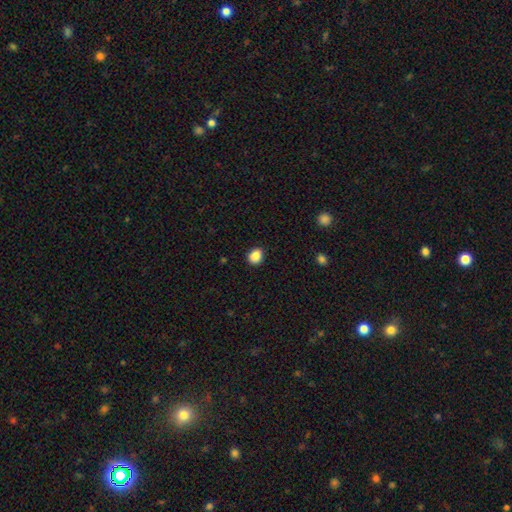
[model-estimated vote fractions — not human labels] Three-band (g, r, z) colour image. It shows a smooth galaxy with no disk features (88%) that is round (63%). Merging: none (90%).